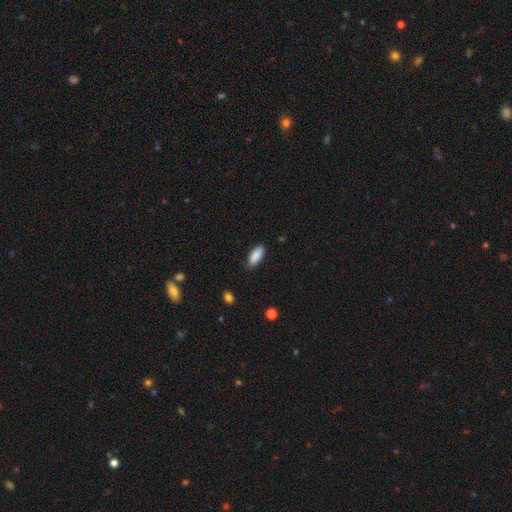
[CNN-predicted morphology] type=smooth (89%); roundness=in between (82%); merging=none (84%).